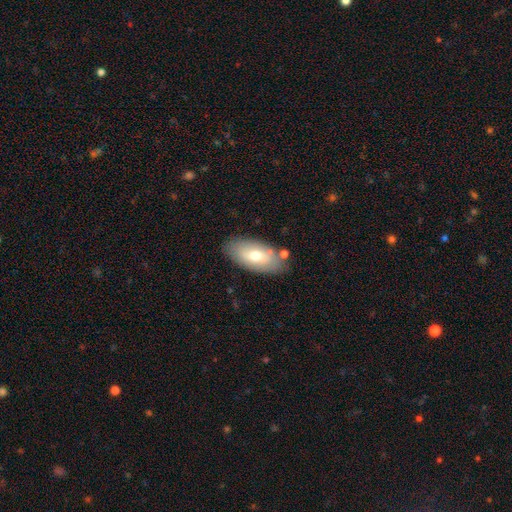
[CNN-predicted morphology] smooth_or_featured: smooth (p=0.65) [alt: featured or disk p=0.28]
how_rounded: in between (p=0.91) [alt: cigar-shaped p=0.05]
merging: none (p=0.78) [alt: minor disturbance p=0.14]